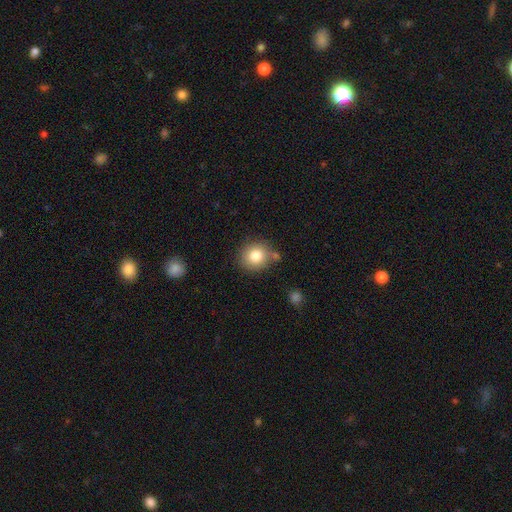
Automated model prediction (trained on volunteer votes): Morphology: type=smooth (81%); roundness=round (83%); merging=none (74%).